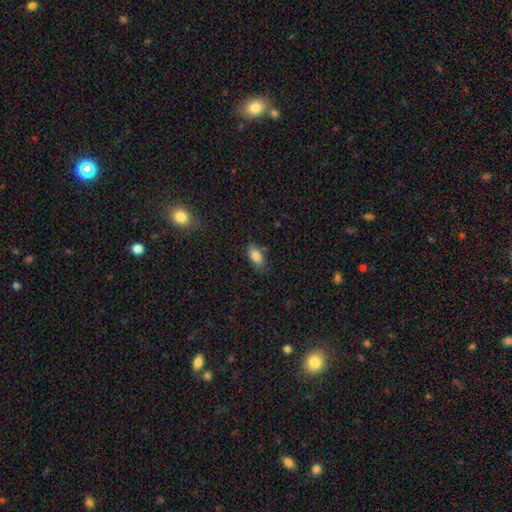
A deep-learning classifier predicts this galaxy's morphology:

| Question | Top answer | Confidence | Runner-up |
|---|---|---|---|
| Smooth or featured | smooth | 84% | star or artifact (9%) |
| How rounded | in between | 88% | cigar-shaped (7%) |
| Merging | none | 77% | minor disturbance (17%) |